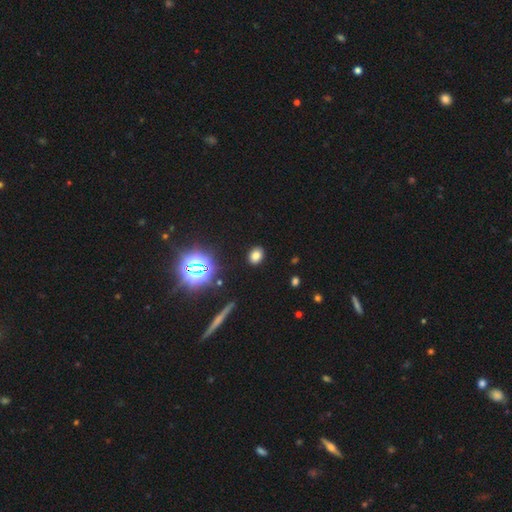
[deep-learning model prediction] Smooth or featured? smooth (74%)
How rounded? in between (59%)
Merging? none (89%)